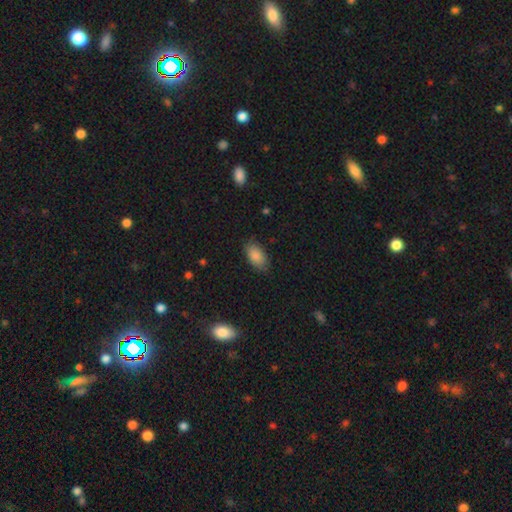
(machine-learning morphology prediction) Smooth or featured? Predicted: smooth (p=0.86). How rounded? Predicted: in between (p=0.93). Merging? Predicted: none (p=0.83).